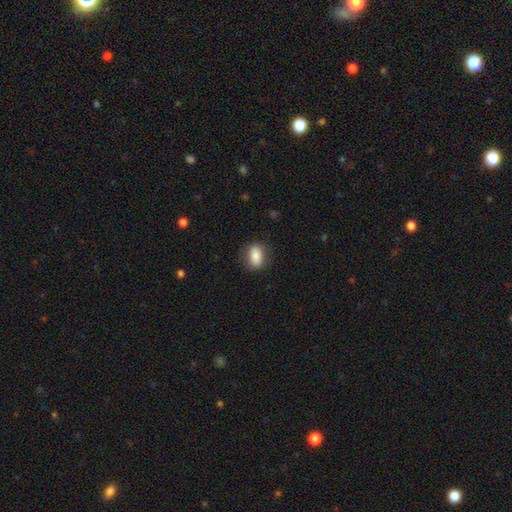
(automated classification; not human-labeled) Q: Smooth or featured?
A: smooth (86%); runner-up: featured or disk (7%)
Q: How rounded?
A: in between (84%); runner-up: round (14%)
Q: Merging?
A: none (81%); runner-up: minor disturbance (14%)